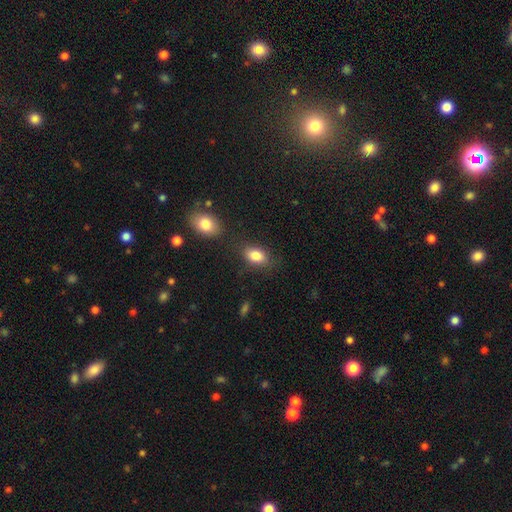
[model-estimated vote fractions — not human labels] Q: Smooth or featured?
A: smooth (84%); runner-up: star or artifact (8%)
Q: How rounded?
A: in between (86%); runner-up: round (12%)
Q: Merging?
A: none (75%); runner-up: minor disturbance (15%)